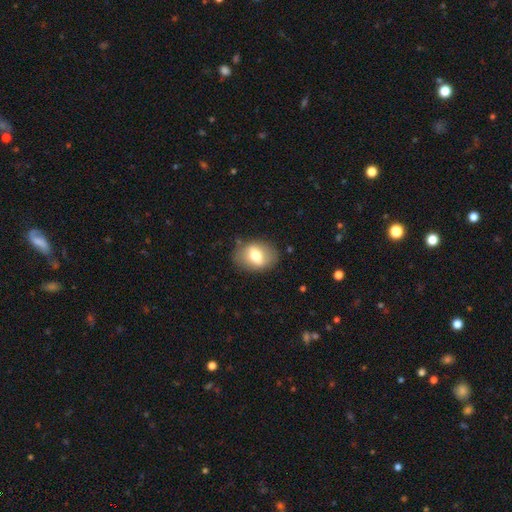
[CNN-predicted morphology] Smooth or featured? smooth (59%)
How rounded? in between (70%)
Merging? none (81%)